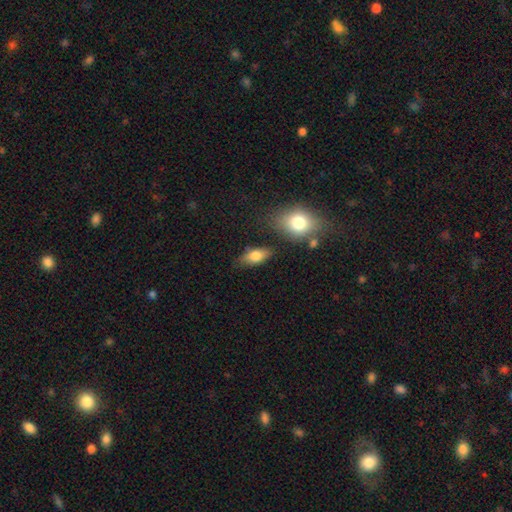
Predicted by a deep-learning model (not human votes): Morphology: type=smooth (76%); roundness=in between (83%); merging=none (74%).